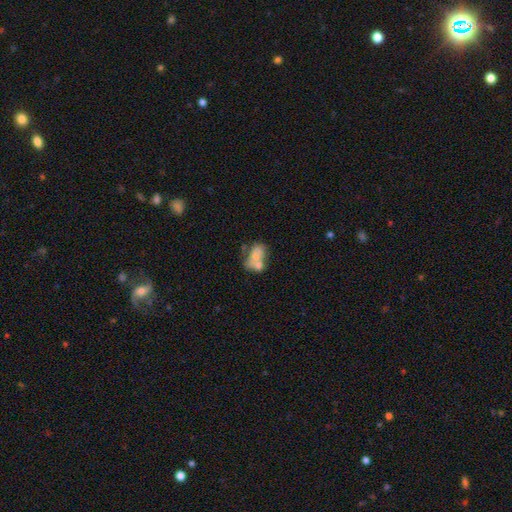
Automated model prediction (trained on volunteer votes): smooth 57%, featured or disk 33%, star or artifact 10%. Down the decision tree: how rounded — in between (80%); merging — merger (53%).